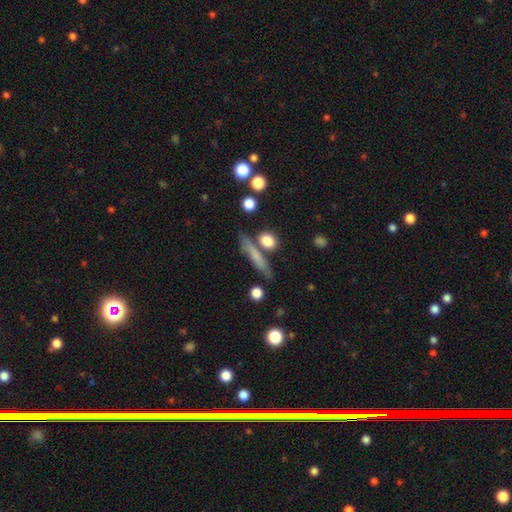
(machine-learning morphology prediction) The model was most divided on "smooth or featured": smooth: 63%, featured or disk: 28%, star or artifact: 9%. More confident: how rounded — cigar-shaped (77%); merging — none (74%).